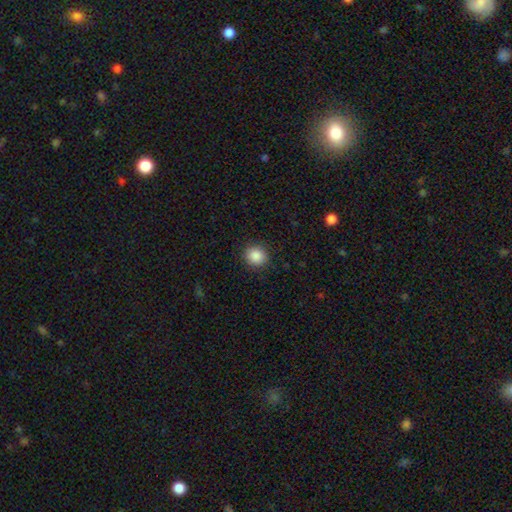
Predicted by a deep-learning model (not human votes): Smooth or featured: smooth — 88% (star or artifact — 9%)
How rounded: round — 86% (in between — 13%)
Merging: none — 90% (minor disturbance — 7%)